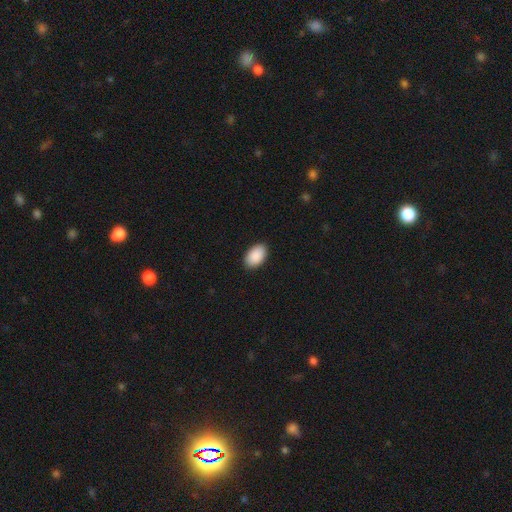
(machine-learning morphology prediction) A smooth galaxy with no disk features (91%) that is in between round and cigar-shaped (94%). Merging: none (90%).